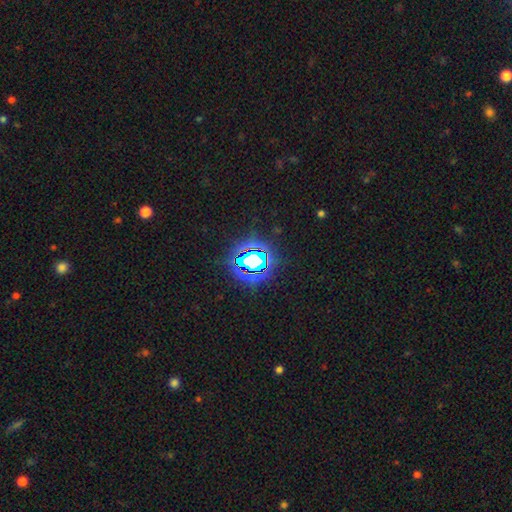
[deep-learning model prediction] A star or artifact, not a galaxy (81%).